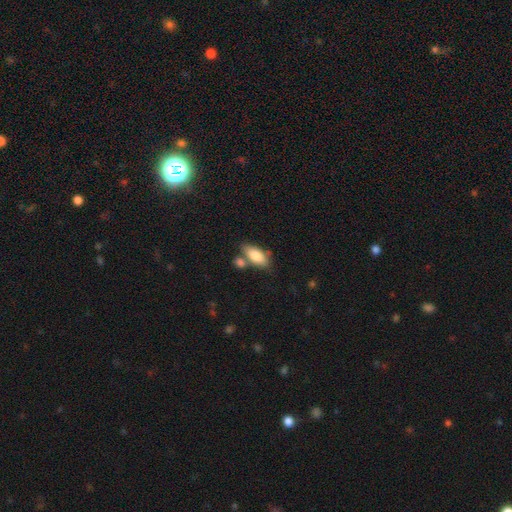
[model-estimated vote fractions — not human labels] This is clearly a smooth galaxy (81%). How rounded: clearly in between (86%). Merging: possibly none (57%).